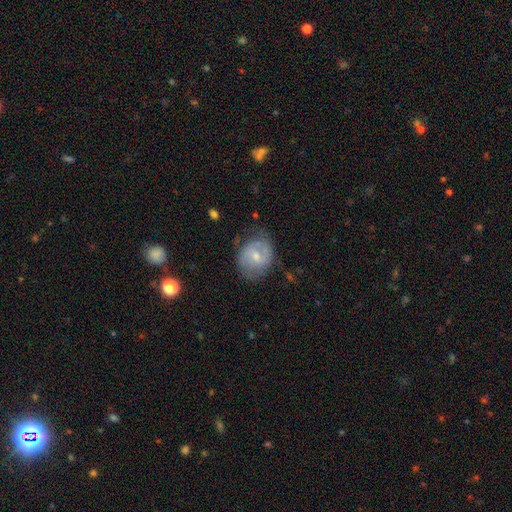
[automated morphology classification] Overall: featured or disk (53%; smooth 40%). Edge-on disk: no (97%). Bar: weak (52%; no 35%). Spiral arms: yes (73%). Bulge size: small (47%, tied with moderate). Merging: none (62%; minor disturbance 25%).